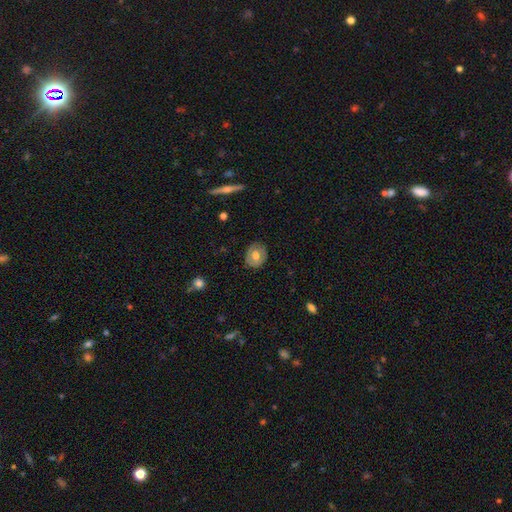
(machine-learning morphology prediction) Q: Smooth or featured?
A: smooth (56%); runner-up: featured or disk (37%)
Q: How rounded?
A: round (62%); runner-up: in between (37%)
Q: Merging?
A: none (82%); runner-up: minor disturbance (14%)